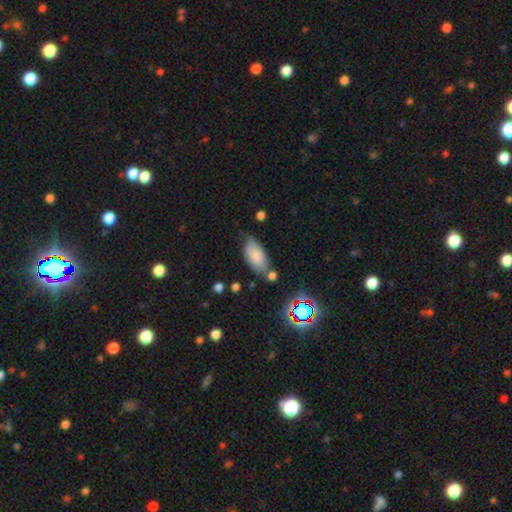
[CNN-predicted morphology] Overall: smooth (79%). How rounded: in between (92%). Merging: none (61%; minor disturbance 24%).